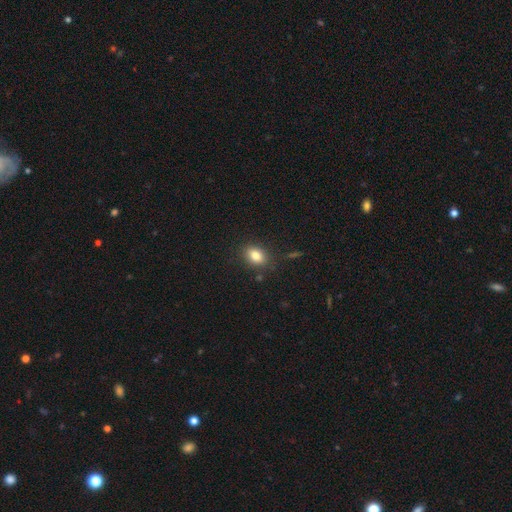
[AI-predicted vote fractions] smooth-or-featured: smooth: 83% | star or artifact: 10% | featured or disk: 8%
  how-rounded: in between: 76% | round: 23% | cigar-shaped: 2%
  merging: none: 84% | minor disturbance: 11% | major disturbance: 3% | merger: 2%